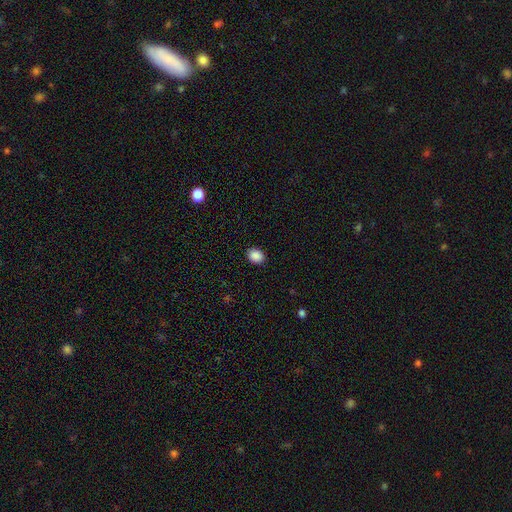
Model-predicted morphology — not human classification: smooth-or-featured: smooth: 89% | star or artifact: 9% | featured or disk: 2%
  how-rounded: in between: 51% | round: 48% | cigar-shaped: 1%
  merging: none: 90% | minor disturbance: 7% | major disturbance: 2% | merger: 1%